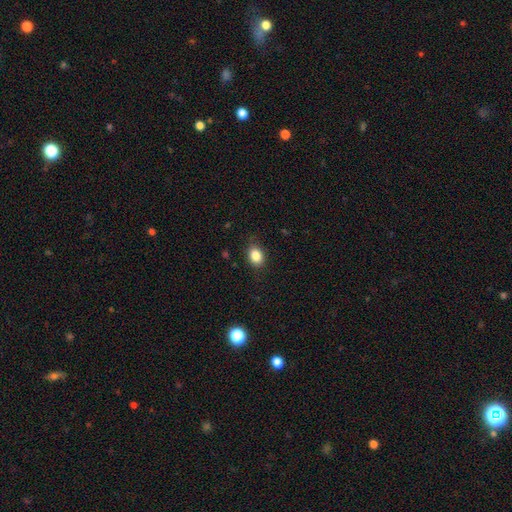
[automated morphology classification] smooth_or_featured: smooth (p=0.85) [alt: star or artifact p=0.09]
how_rounded: in between (p=0.72) [alt: round p=0.27]
merging: none (p=0.83) [alt: minor disturbance p=0.13]